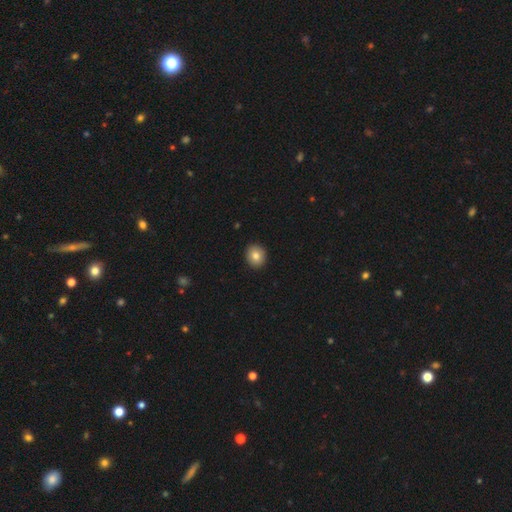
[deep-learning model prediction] smooth_or_featured: smooth (p=0.82) [alt: star or artifact p=0.09]
how_rounded: round (p=0.78) [alt: in between p=0.21]
merging: none (p=0.92) [alt: minor disturbance p=0.05]